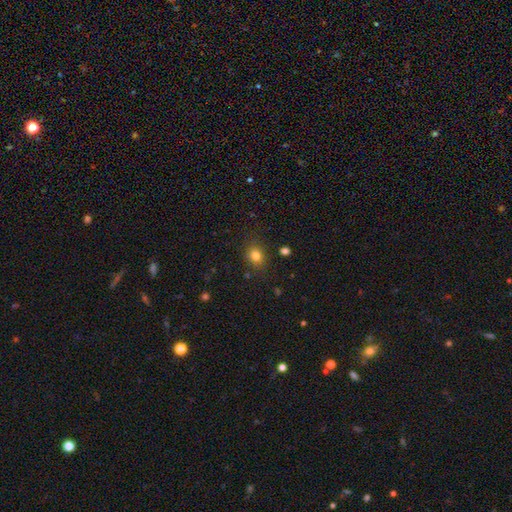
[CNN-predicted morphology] Smooth or featured? Predicted: smooth (p=0.80). How rounded? Predicted: round (p=0.58). Merging? Predicted: none (p=0.82).